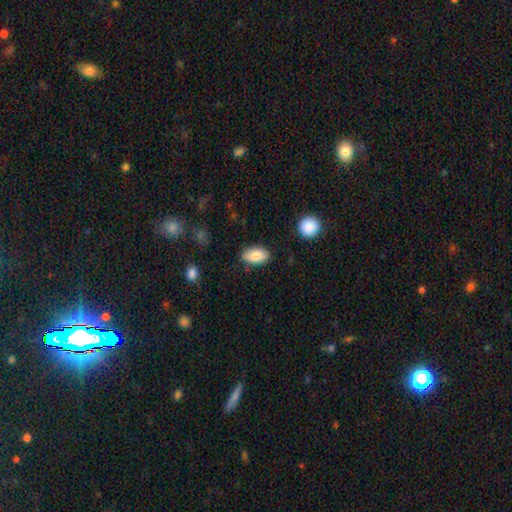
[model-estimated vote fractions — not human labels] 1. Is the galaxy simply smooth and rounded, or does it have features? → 82% smooth, 11% featured or disk, 7% star or artifact.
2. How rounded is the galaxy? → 92% in between, 4% round, 4% cigar-shaped.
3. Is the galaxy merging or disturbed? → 84% none, 12% minor disturbance, 2% major disturbance, 2% merger.